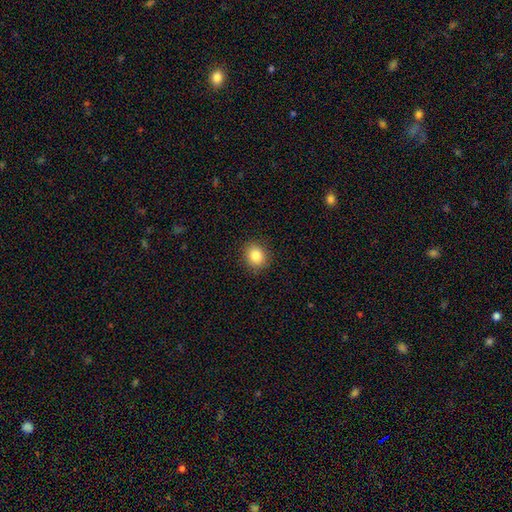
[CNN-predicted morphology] smooth_or_featured: smooth (p=0.84) [alt: star or artifact p=0.10]
how_rounded: round (p=0.75) [alt: in between p=0.24]
merging: none (p=0.91) [alt: minor disturbance p=0.06]